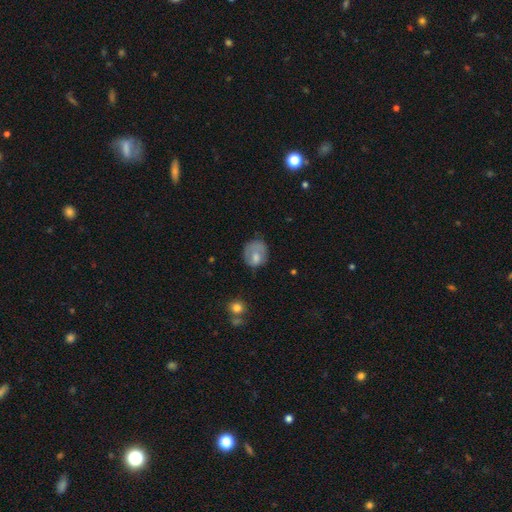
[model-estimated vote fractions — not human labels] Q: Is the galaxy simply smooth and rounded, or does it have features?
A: smooth — 68%.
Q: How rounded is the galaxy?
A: round — 68%.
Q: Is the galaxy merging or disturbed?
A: none — 46%.